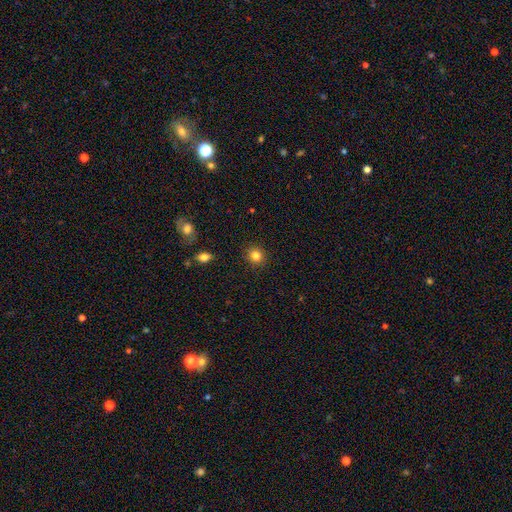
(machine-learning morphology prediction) A smooth galaxy with no disk features (83%) that is round (87%).

Vote fractions:
- Smooth or featured? smooth: 83% / star or artifact: 12% / featured or disk: 6%
- How rounded? round: 87% / in between: 12% / cigar-shaped: 1%
- Merging? none: 91% / minor disturbance: 6% / major disturbance: 2% / merger: 1%